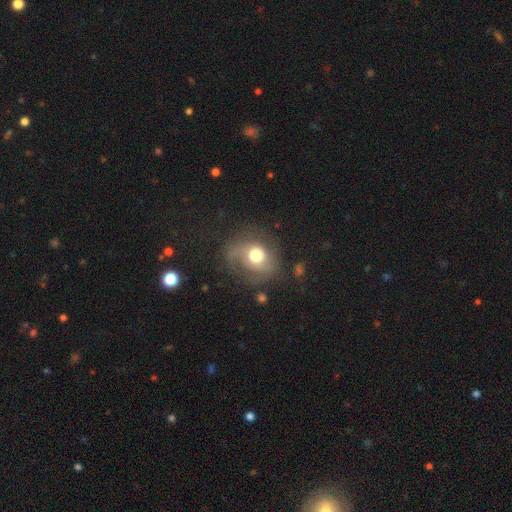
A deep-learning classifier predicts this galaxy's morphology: A smooth galaxy with no disk features (49%).

Vote fractions:
- Smooth or featured? smooth: 49% / featured or disk: 40% / star or artifact: 11%
- Merging? none: 50% / minor disturbance: 24% / major disturbance: 23% / merger: 2%